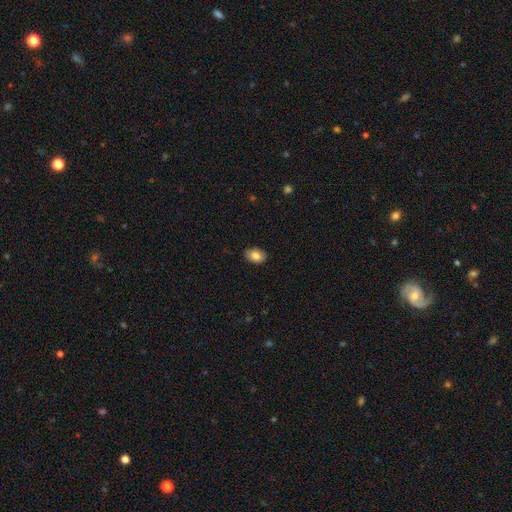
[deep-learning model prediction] smooth 82%, featured or disk 10%, star or artifact 8%. Down the decision tree: how rounded — in between (81%); merging — none (88%).